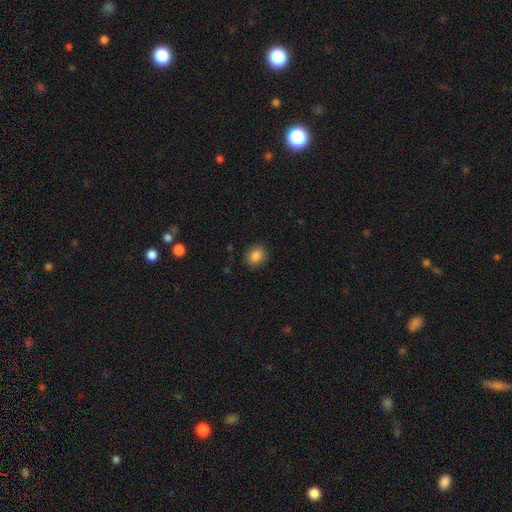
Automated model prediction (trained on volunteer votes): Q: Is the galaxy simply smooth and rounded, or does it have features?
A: smooth — 85%.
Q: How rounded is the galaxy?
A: round — 59%.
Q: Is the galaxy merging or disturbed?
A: none — 88%.